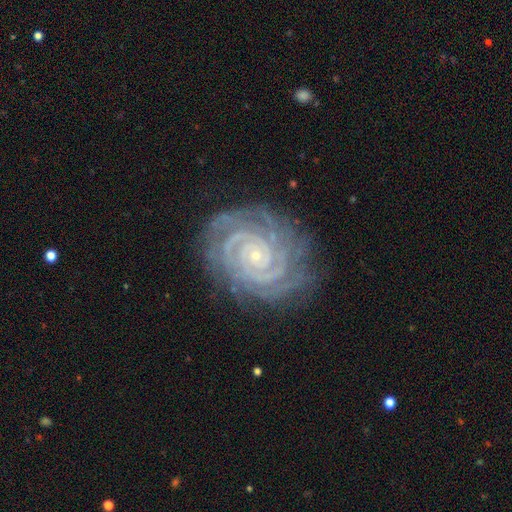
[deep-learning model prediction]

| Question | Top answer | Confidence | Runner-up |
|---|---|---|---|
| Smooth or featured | featured or disk | 92% | star or artifact (5%) |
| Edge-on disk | no | 98% | yes (2%) |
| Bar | no | 73% | weak (17%) |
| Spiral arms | yes | 99% | no (1%) |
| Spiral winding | tight | 88% | medium (10%) |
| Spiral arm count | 2 | 31% | 3 (20%) |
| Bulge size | small | 88% | moderate (9%) |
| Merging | none | 82% | minor disturbance (13%) |